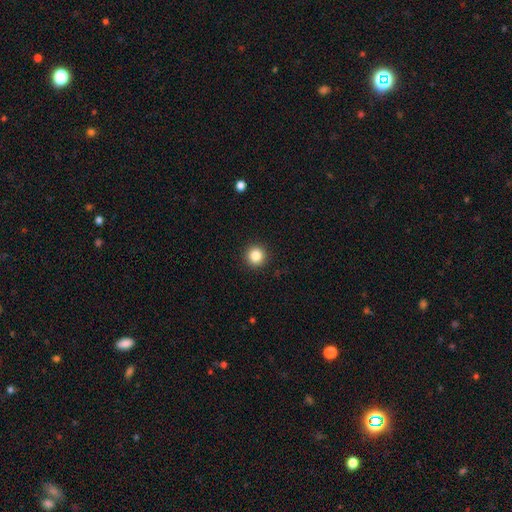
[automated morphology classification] A smooth galaxy with no disk features (84%) that is round (95%).

Vote fractions:
- Smooth or featured? smooth: 84% / star or artifact: 11% / featured or disk: 5%
- How rounded? round: 95% / in between: 4% / cigar-shaped: 1%
- Merging? none: 93% / minor disturbance: 4% / major disturbance: 2% / merger: 1%